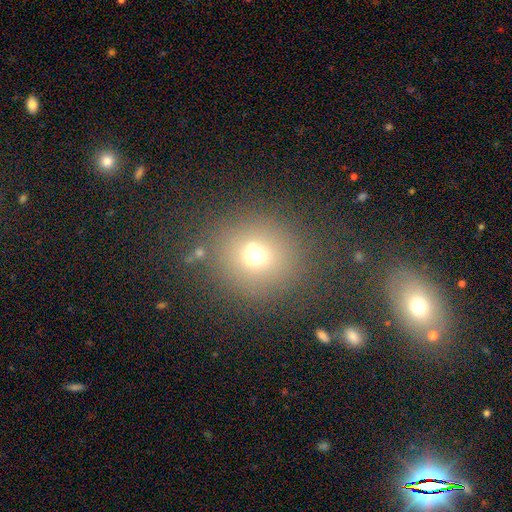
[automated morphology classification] A smooth galaxy with no disk features (63%) that is round (86%). Merging: none (62%).